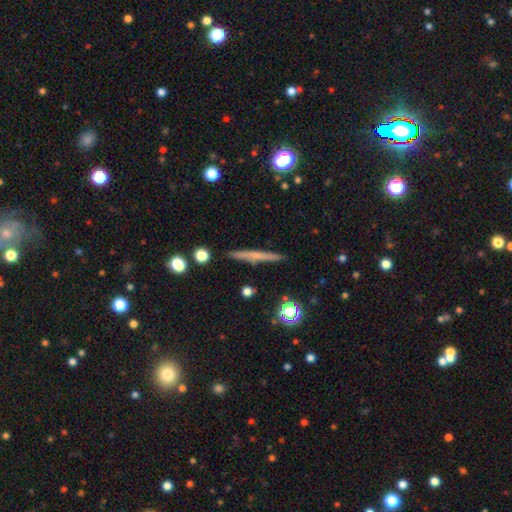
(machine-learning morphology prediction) featured or disk 48%, smooth 43%, star or artifact 9%. Down the decision tree: merging — none (91%).